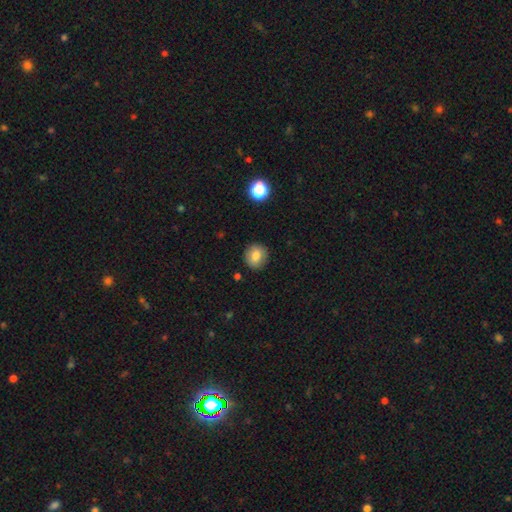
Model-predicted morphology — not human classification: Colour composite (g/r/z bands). It shows a smooth galaxy with no disk features (80%) that is round (86%). Merging: none (88%).